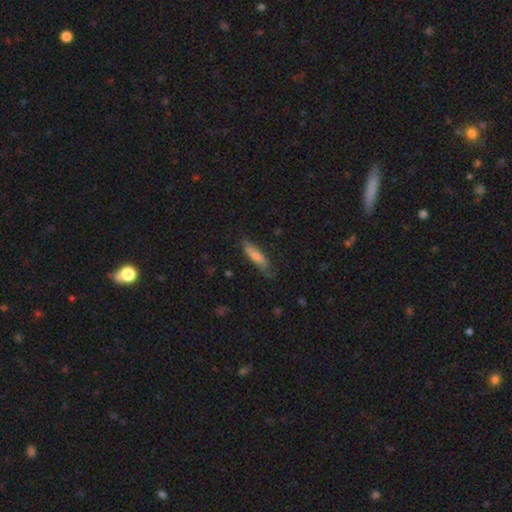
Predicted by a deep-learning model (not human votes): Q: Smooth or featured?
A: smooth (67%); runner-up: featured or disk (26%)
Q: How rounded?
A: cigar-shaped (73%); runner-up: in between (25%)
Q: Merging?
A: none (73%); runner-up: minor disturbance (21%)